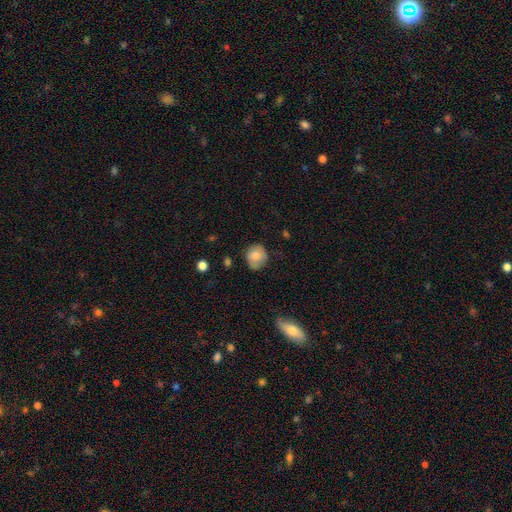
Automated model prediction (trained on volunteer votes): smooth 76%, featured or disk 16%, star or artifact 8%. Down the decision tree: how rounded — round (76%); merging — none (65%).